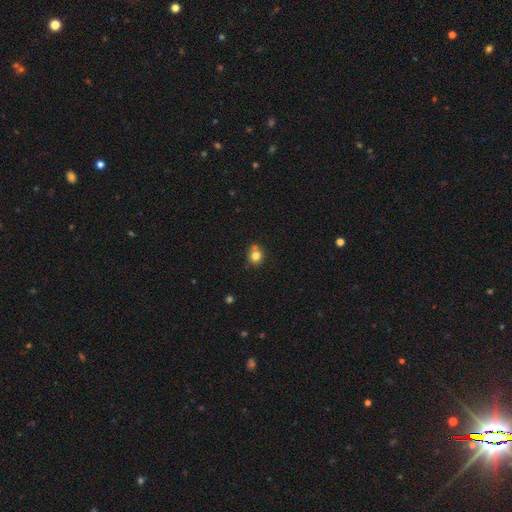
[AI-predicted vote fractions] Q: Smooth or featured?
A: smooth (79%); runner-up: star or artifact (12%)
Q: How rounded?
A: round (79%); runner-up: in between (20%)
Q: Merging?
A: none (64%); runner-up: minor disturbance (17%)